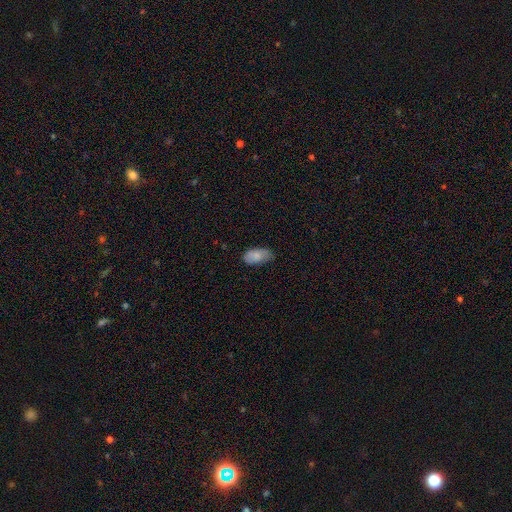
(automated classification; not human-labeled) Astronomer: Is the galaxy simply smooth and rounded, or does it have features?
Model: smooth — 81%.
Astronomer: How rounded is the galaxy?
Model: in between — 94%.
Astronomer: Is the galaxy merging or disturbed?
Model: none — 60%.